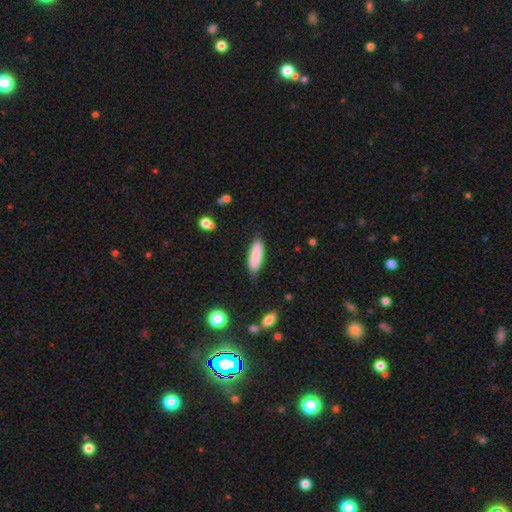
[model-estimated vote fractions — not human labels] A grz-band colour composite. It shows a smooth galaxy with no disk features (87%) that is in between round and cigar-shaped (53%). Merging: none (81%).